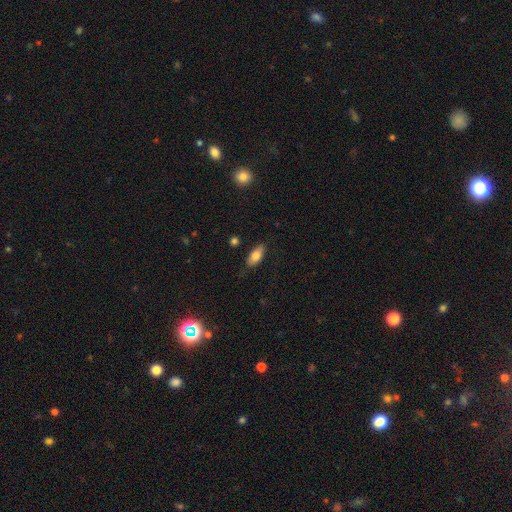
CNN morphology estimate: smooth 78%, featured or disk 15%, star or artifact 7%. Down the decision tree: how rounded — in between (85%); merging — none (78%).